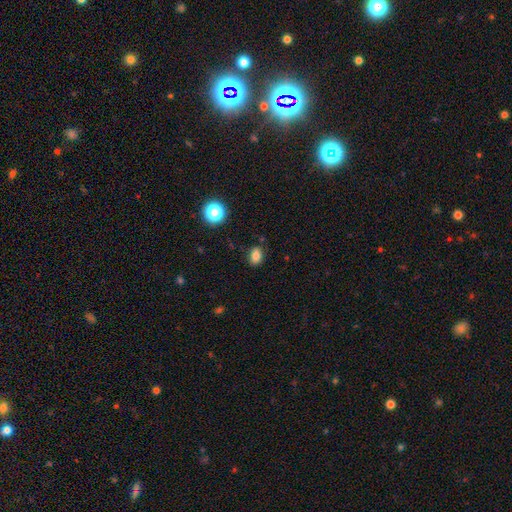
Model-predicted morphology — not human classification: This appears to be a smooth galaxy with no disk features (82%) that is in between round and cigar-shaped (74%). Merging: none (82%).